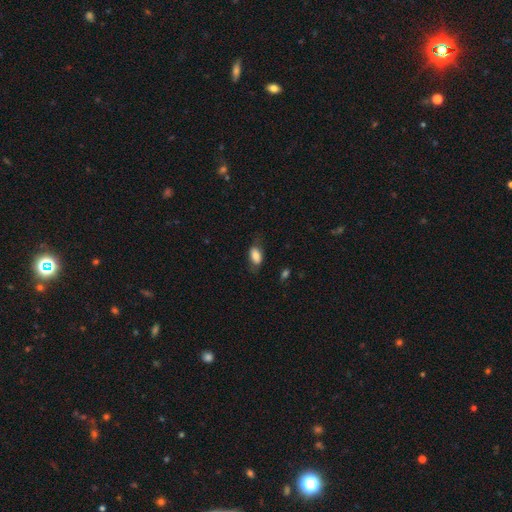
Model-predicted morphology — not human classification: Overall: smooth (79%). How rounded: in between (90%). Merging: none (68%).